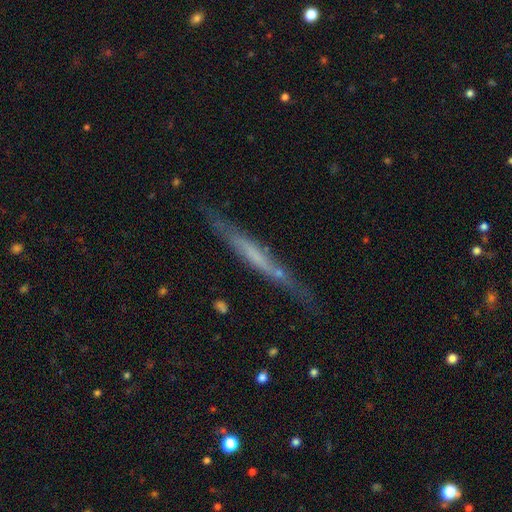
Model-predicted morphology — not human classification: The model was most divided on "smooth or featured": featured or disk: 61%, smooth: 32%, star or artifact: 7%. More confident: edge-on disk — yes (91%); merging — none (75%); edge-on bulge — none (74%).